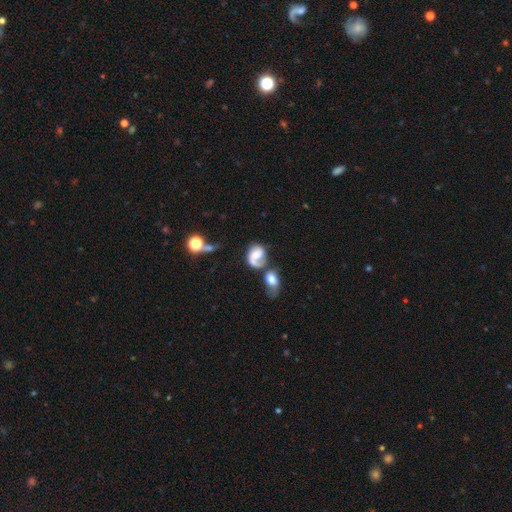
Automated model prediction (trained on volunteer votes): Smooth or featured?
  - smooth: 47% *
  - featured or disk: 43%
  - star or artifact: 9%
Merging?
  - merger: 45% *
  - none: 23%
  - major disturbance: 19%
  - minor disturbance: 13%